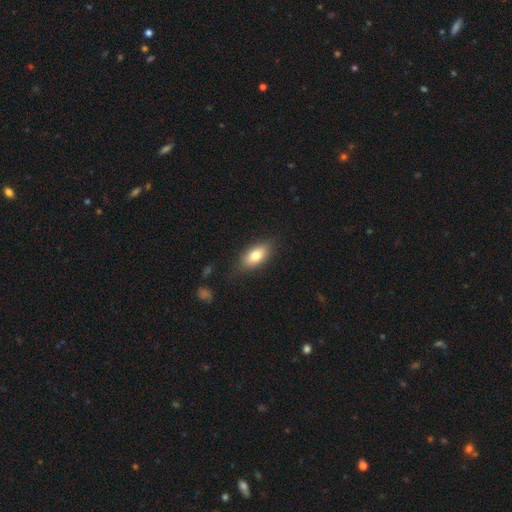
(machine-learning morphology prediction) A smooth galaxy with no disk features (77%) that is in between round and cigar-shaped (85%).

Vote fractions:
- Smooth or featured? smooth: 77% / featured or disk: 15% / star or artifact: 7%
- How rounded? in between: 85% / cigar-shaped: 9% / round: 6%
- Merging? none: 81% / minor disturbance: 14% / major disturbance: 3% / merger: 2%